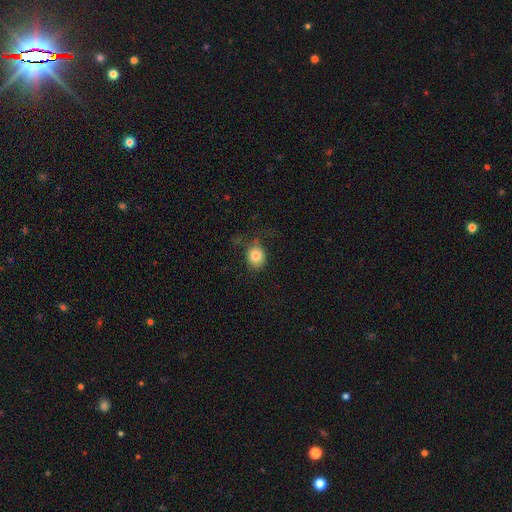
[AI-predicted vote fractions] Smooth or featured? Predicted: smooth (p=0.81). How rounded? Predicted: round (p=0.70). Merging? Predicted: none (p=0.62).